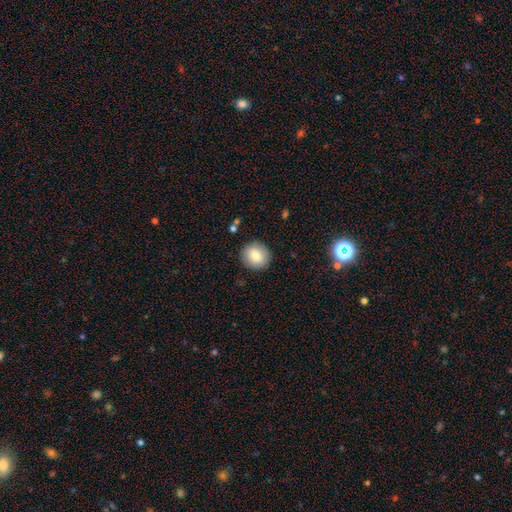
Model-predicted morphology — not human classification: A smooth galaxy with no disk features (82%) that is round (87%).

Vote fractions:
- Smooth or featured? smooth: 82% / featured or disk: 10% / star or artifact: 8%
- How rounded? round: 87% / in between: 12% / cigar-shaped: 1%
- Merging? none: 89% / minor disturbance: 8% / major disturbance: 2% / merger: 1%